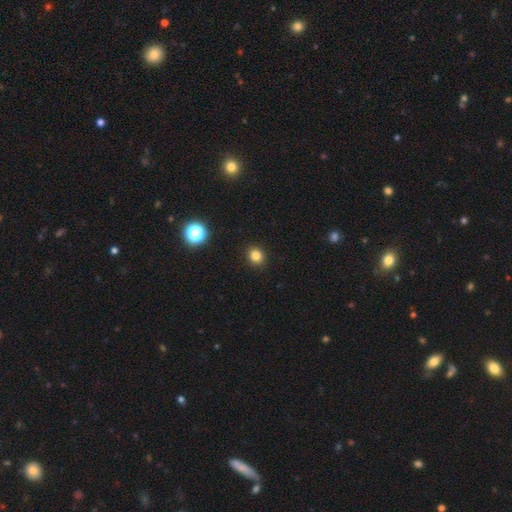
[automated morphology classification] A smooth galaxy with no disk features (82%) that is round (75%). Merging: none (92%).